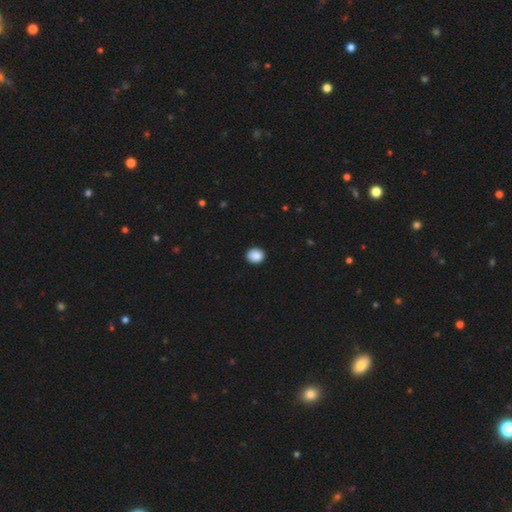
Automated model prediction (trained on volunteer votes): Morphology: type=smooth (88%); roundness=round (73%); merging=none (91%).